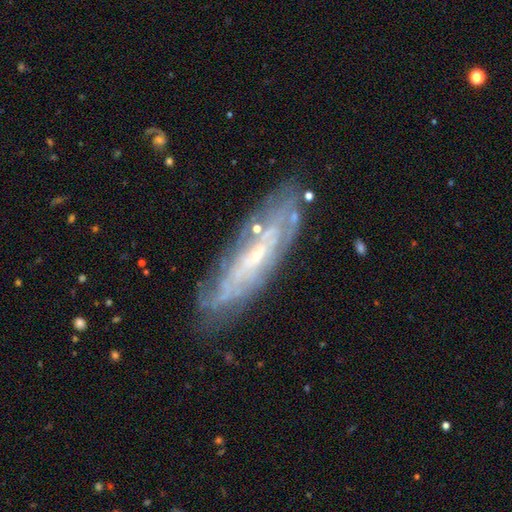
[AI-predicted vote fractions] Smooth or featured?
  - featured or disk: 77% *
  - smooth: 16%
  - star or artifact: 8%
Edge-on disk?
  - no: 68% *
  - yes: 32%
Bar?
  - no: 57% *
  - weak: 31%
  - strong: 12%
Spiral arms?
  - yes: 81% *
  - no: 19%
Bulge size?
  - small: 76% *
  - moderate: 18%
  - none: 4%
  - large: 2%
  - dominant: 1%
Merging?
  - none: 77% *
  - minor disturbance: 16%
  - major disturbance: 5%
  - merger: 2%